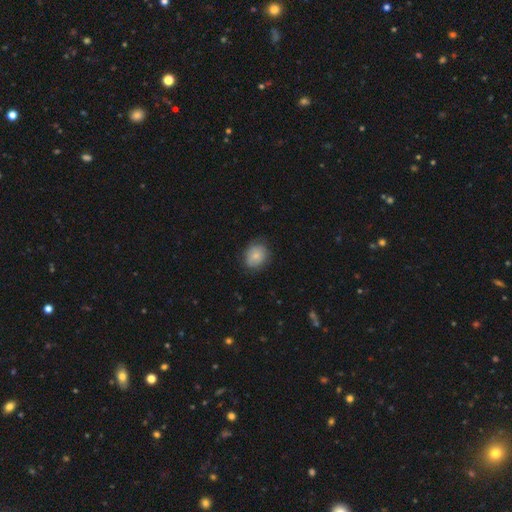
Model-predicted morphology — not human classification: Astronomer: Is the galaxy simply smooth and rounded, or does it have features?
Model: smooth — 78%.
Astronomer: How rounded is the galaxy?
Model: round — 62% (runner-up: in between, 37%).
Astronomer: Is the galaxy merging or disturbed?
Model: none — 74%.